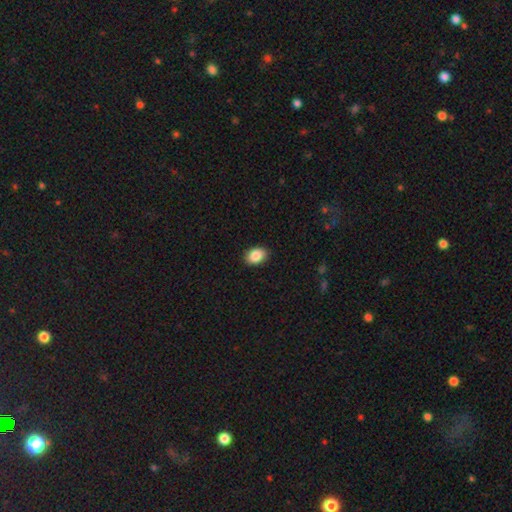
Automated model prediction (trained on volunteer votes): smooth_or_featured: smooth (p=0.88) [alt: star or artifact p=0.07]
how_rounded: in between (p=0.79) [alt: round p=0.20]
merging: none (p=0.90) [alt: minor disturbance p=0.08]